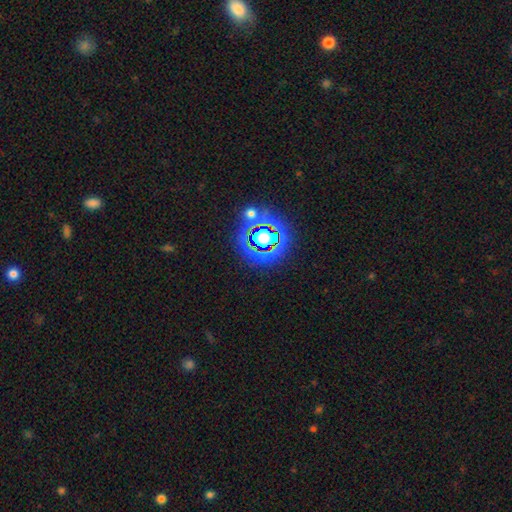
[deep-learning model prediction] Smooth or featured?
  - star or artifact: 76% *
  - smooth: 16%
  - featured or disk: 8%